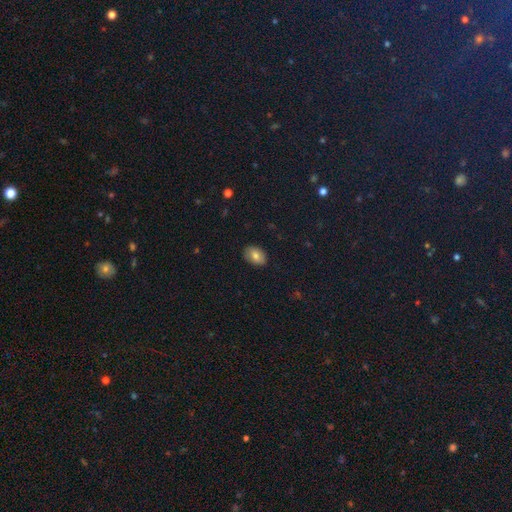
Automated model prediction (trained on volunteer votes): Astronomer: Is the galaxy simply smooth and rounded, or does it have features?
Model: smooth — 76%.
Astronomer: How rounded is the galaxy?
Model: in between — 83%.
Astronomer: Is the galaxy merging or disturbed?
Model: none — 87%.